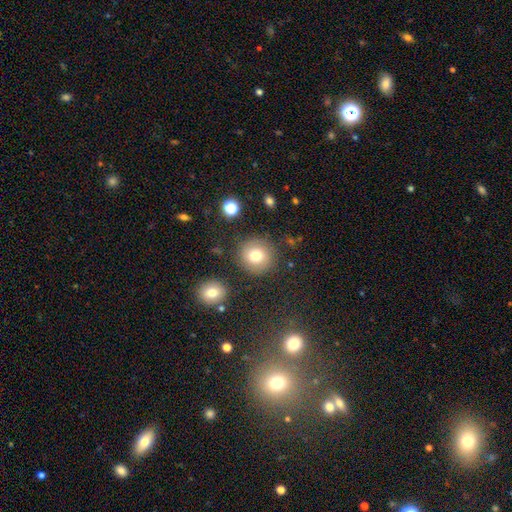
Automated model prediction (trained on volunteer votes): Smooth or featured?
  - smooth: 75% *
  - star or artifact: 12%
  - featured or disk: 12%
How rounded?
  - round: 93% *
  - in between: 6%
  - cigar-shaped: 1%
Merging?
  - none: 85% *
  - minor disturbance: 9%
  - major disturbance: 4%
  - merger: 3%